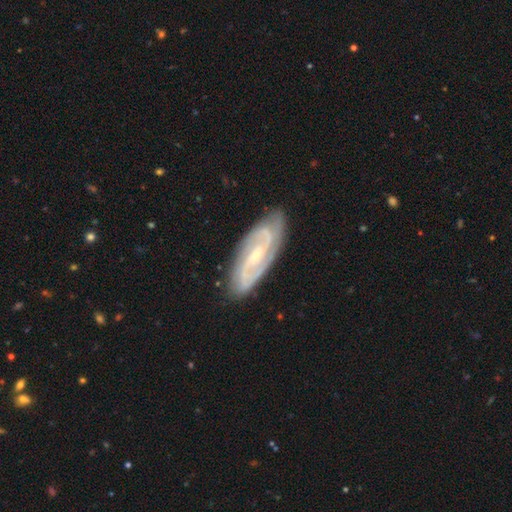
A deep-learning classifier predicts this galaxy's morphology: The model was most divided on "spiral winding": tight: 46%, medium: 43%, loose: 12%. Remaining: spiral arms — yes (97%); edge-on disk — no (92%); smooth or featured — featured or disk (87%); merging — none (83%); spiral arm count — 2 (72%); bulge size — small (65%); bar — weak (46%).